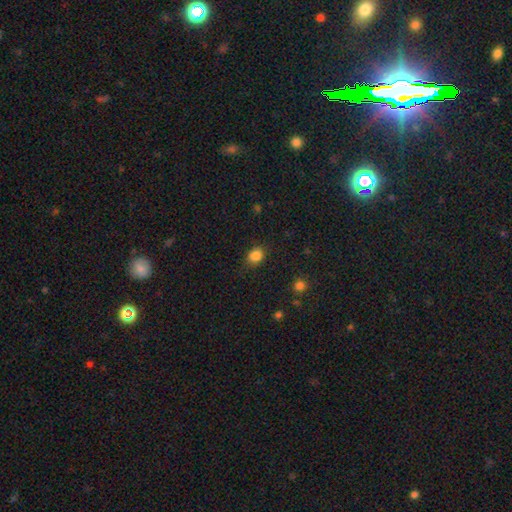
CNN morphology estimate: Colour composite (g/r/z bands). It shows a smooth galaxy with no disk features (84%) that is in between round and cigar-shaped (52%). Merging: none (73%).